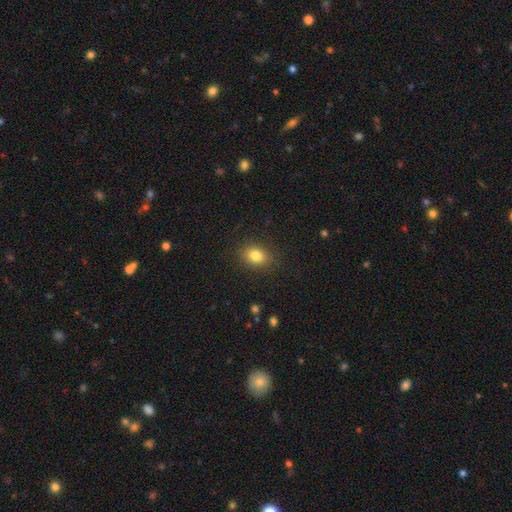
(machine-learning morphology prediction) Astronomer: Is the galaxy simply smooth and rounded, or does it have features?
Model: smooth — 83%.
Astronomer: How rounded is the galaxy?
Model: in between — 60% (runner-up: round, 39%).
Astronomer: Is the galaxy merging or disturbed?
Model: none — 87%.